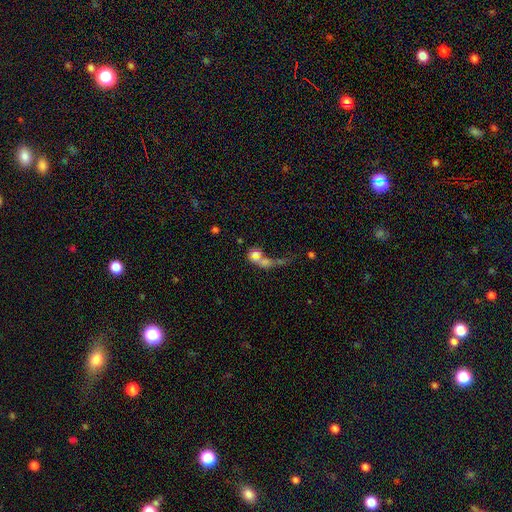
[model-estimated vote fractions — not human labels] Smooth or featured: smooth — 54% (featured or disk — 30%)
How rounded: round — 55% (in between — 39%)
Merging: merger — 61% (major disturbance — 17%)